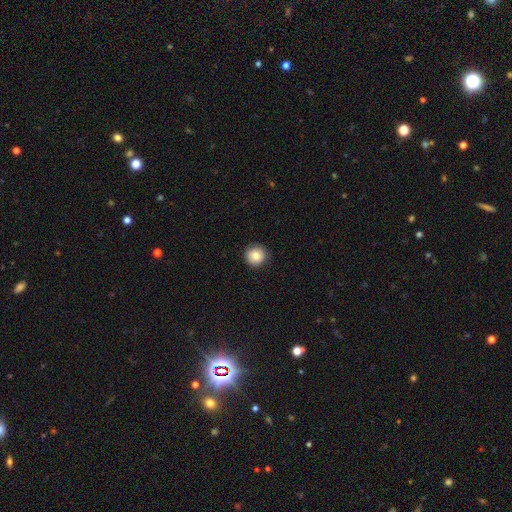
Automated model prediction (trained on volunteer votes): smooth 81%, featured or disk 10%, star or artifact 9%. Down the decision tree: how rounded — round (95%); merging — none (90%).